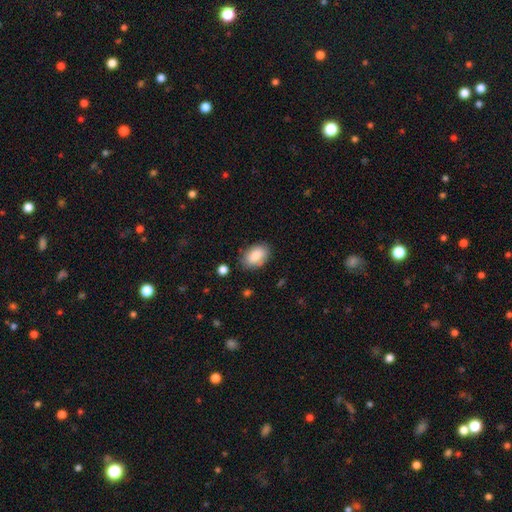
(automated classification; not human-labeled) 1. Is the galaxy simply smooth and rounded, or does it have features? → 86% smooth, 7% featured or disk, 7% star or artifact.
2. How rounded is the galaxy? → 90% in between, 9% round, 1% cigar-shaped.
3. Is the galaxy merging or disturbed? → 79% none, 15% minor disturbance, 3% major disturbance, 2% merger.